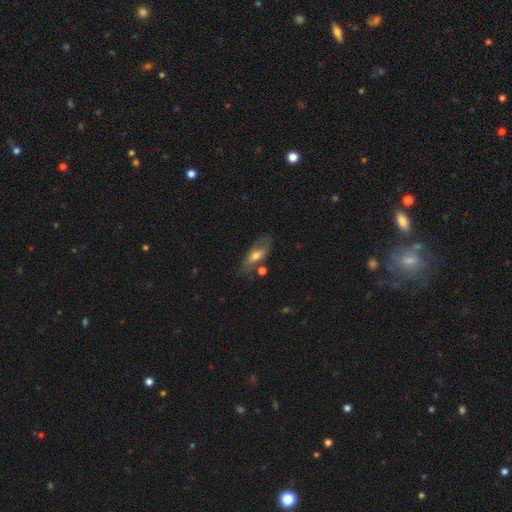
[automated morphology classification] Smooth or featured: smooth — 48% (featured or disk — 45%)
Merging: none — 63% (minor disturbance — 20%)